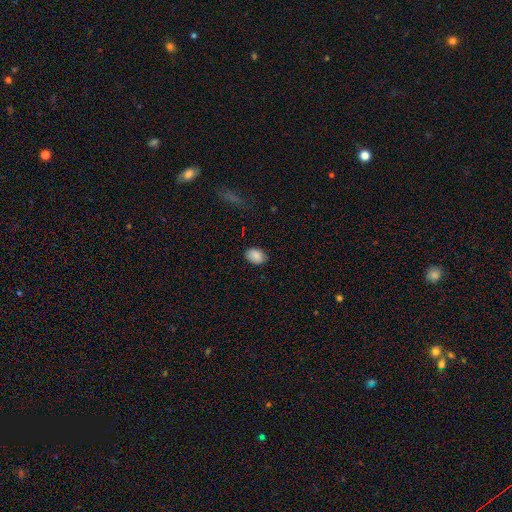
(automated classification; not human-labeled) The model was most divided on "how rounded": in between: 77%, round: 22%, cigar-shaped: 1%. More confident: smooth or featured — smooth (87%); merging — none (83%).